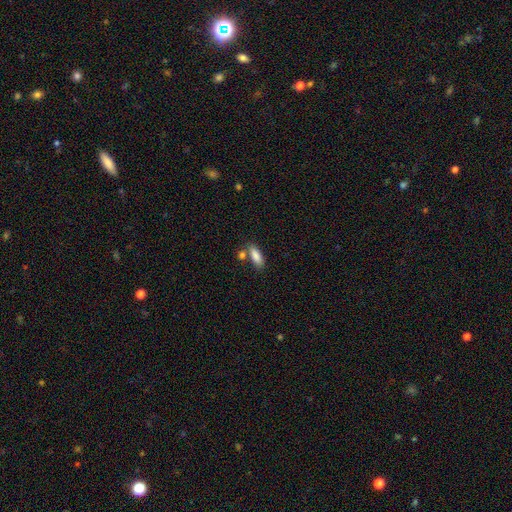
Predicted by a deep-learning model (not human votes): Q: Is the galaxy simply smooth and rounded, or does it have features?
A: smooth — 86%.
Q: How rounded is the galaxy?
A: in between — 74%.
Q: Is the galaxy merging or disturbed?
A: none — 61%.